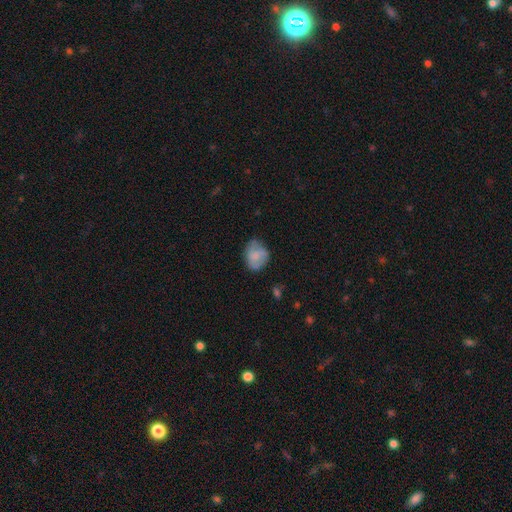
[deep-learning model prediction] smooth-or-featured: smooth: 69% | featured or disk: 23% | star or artifact: 8%
  how-rounded: round: 52% | in between: 47% | cigar-shaped: 1%
  merging: none: 54% | minor disturbance: 32% | major disturbance: 11% | merger: 2%